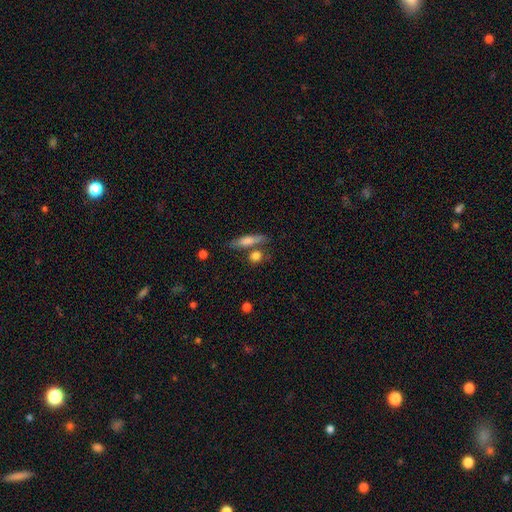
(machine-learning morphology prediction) Q: Smooth or featured?
A: smooth (79%); runner-up: featured or disk (12%)
Q: How rounded?
A: round (50%); runner-up: in between (28%)
Q: Merging?
A: none (67%); runner-up: merger (17%)